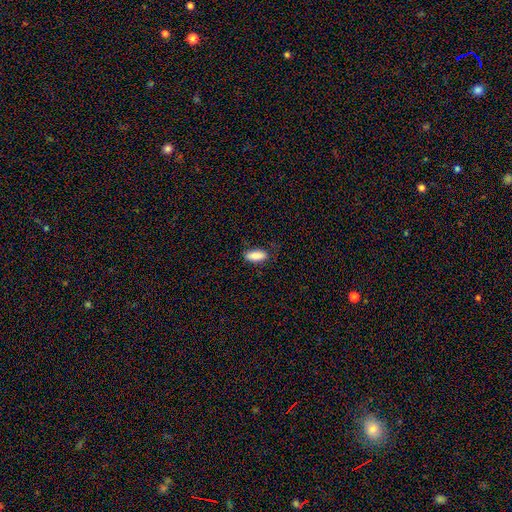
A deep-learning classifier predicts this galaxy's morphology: Smooth or featured? smooth (87%)
How rounded? in between (83%)
Merging? none (73%)